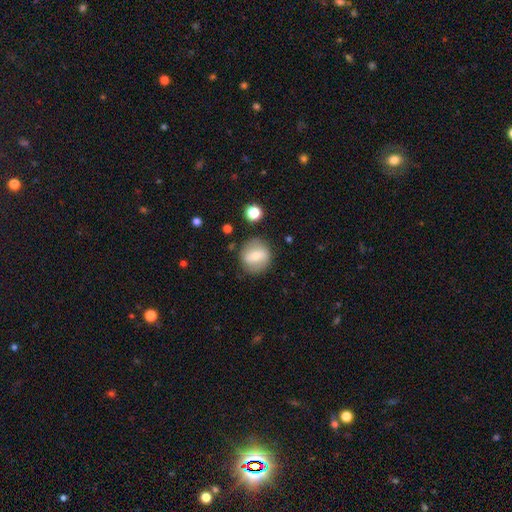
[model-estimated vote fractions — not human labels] Smooth or featured? Predicted: smooth (p=0.62). How rounded? Predicted: round (p=0.85). Merging? Predicted: none (p=0.80).